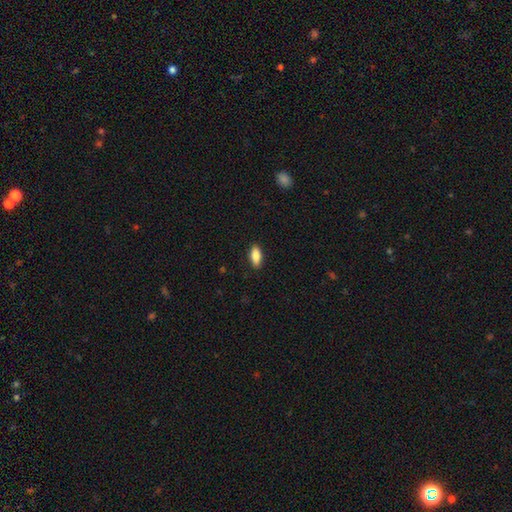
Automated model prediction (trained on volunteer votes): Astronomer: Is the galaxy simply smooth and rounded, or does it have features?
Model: smooth — 87%.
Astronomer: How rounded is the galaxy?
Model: in between — 82%.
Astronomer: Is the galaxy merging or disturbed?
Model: none — 89%.